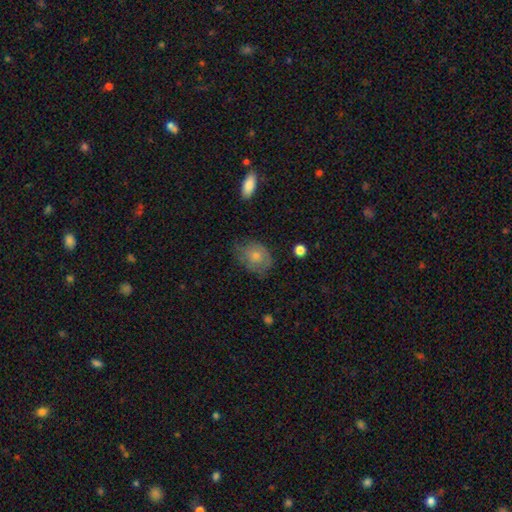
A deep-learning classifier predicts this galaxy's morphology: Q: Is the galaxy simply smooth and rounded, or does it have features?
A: smooth — 59%.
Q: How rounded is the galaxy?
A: in between — 58%.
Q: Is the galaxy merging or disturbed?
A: none — 64%.